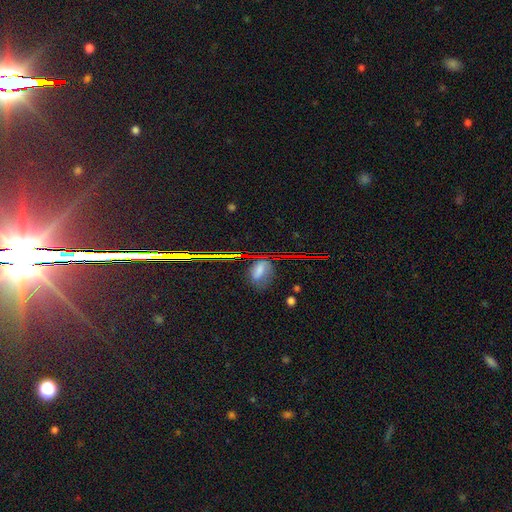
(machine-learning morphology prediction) A star or artifact, not a galaxy (76%).

Vote fractions:
- Smooth or featured? star or artifact: 76% / featured or disk: 14% / smooth: 10%